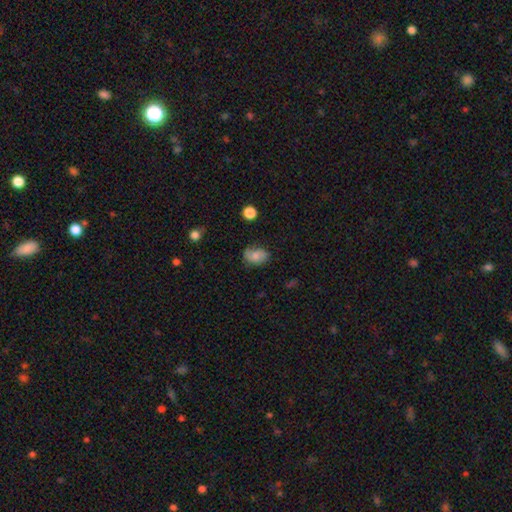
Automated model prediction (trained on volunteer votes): The model was most divided on "merging": none: 64%, minor disturbance: 27%, major disturbance: 8%, merger: 2%. More confident: how rounded — in between (76%); smooth or featured — smooth (66%).